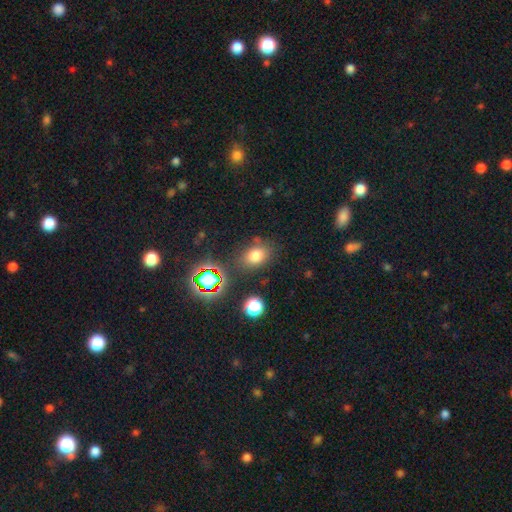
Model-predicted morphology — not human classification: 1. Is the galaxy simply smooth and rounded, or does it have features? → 71% smooth, 20% star or artifact, 9% featured or disk.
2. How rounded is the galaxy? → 67% in between, 31% round, 1% cigar-shaped.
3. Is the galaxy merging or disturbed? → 76% none, 14% minor disturbance, 5% merger, 5% major disturbance.